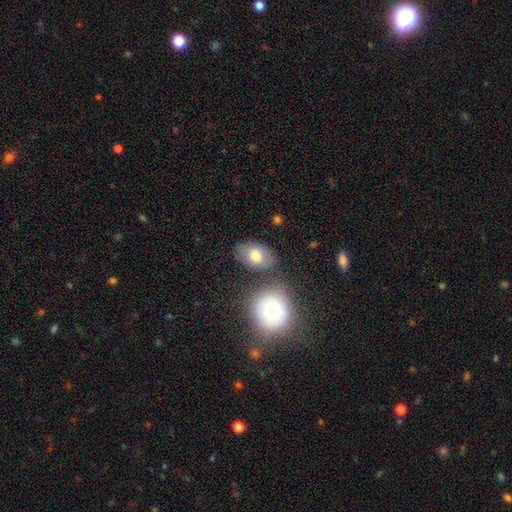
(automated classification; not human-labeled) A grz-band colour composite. It shows a smooth galaxy with no disk features (75%) that is in between round and cigar-shaped (81%). Merging: none (68%).